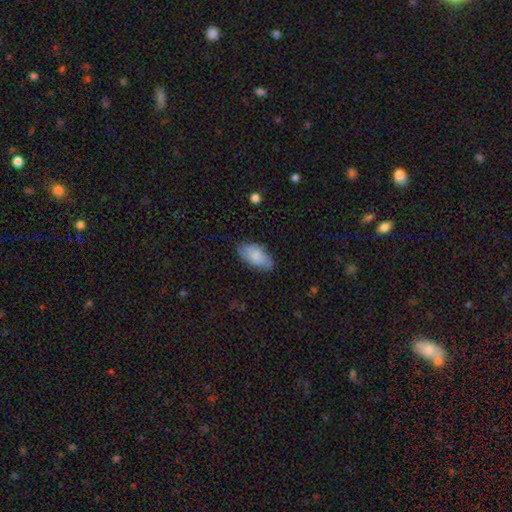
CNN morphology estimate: A smooth galaxy with no disk features (83%) that is in between round and cigar-shaped (93%). Merging: none (75%).